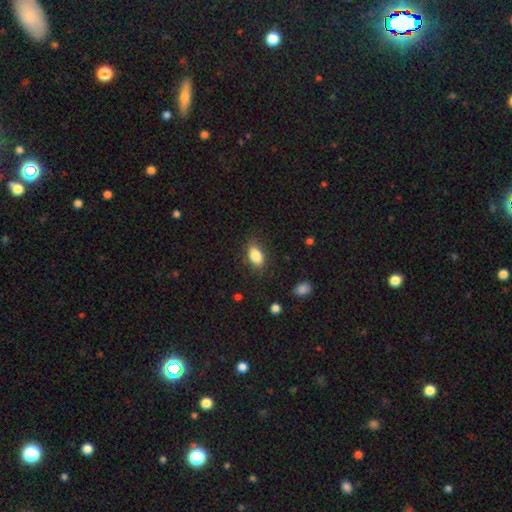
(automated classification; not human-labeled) Smooth or featured?
  - smooth: 85% *
  - star or artifact: 7%
  - featured or disk: 7%
How rounded?
  - in between: 90% *
  - round: 7%
  - cigar-shaped: 4%
Merging?
  - none: 78% *
  - minor disturbance: 16%
  - major disturbance: 5%
  - merger: 1%